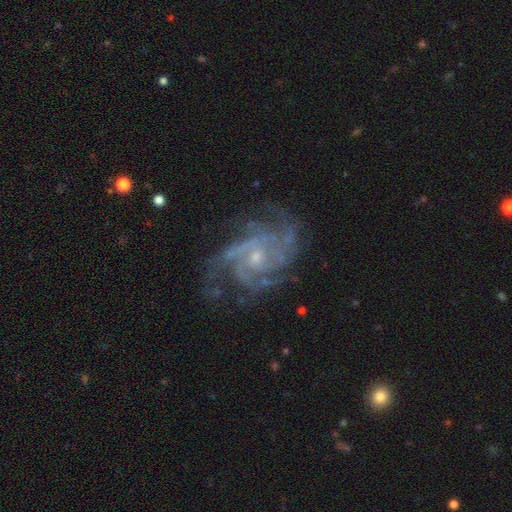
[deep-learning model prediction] Overall: featured or disk (89%). Edge-on disk: no (98%). Bar: no (63%; weak 31%). Spiral arms: yes (98%). Spiral arm count: 3 (28%; 4 25%). Spiral winding: tight (47%; medium 44%). Bulge size: small (71%). Merging: none (69%).